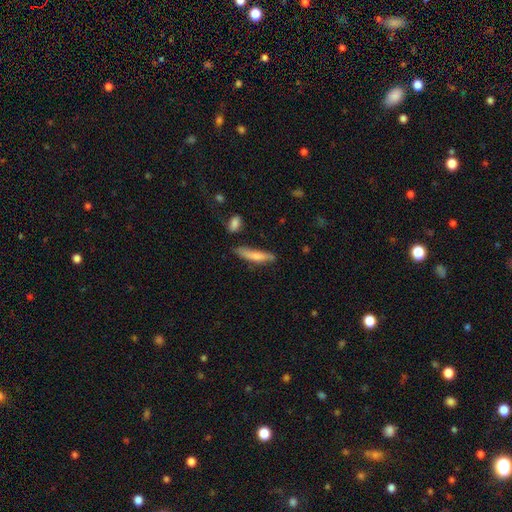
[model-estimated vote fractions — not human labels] Smooth or featured: smooth — 73% (featured or disk — 21%)
How rounded: cigar-shaped — 83% (in between — 15%)
Merging: none — 68% (minor disturbance — 22%)